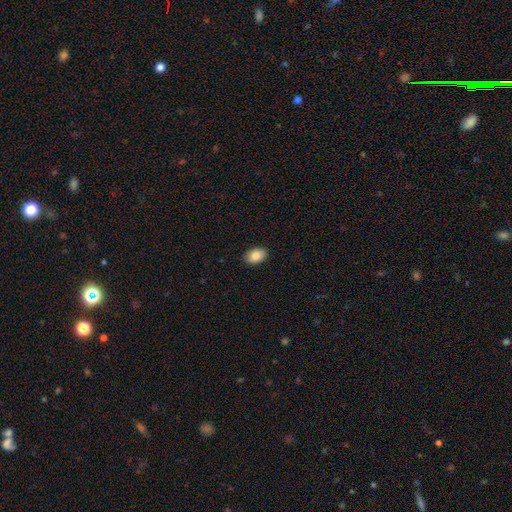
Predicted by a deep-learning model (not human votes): This appears to be a smooth galaxy with no disk features (88%) that is in between round and cigar-shaped (87%). Merging: none (89%).